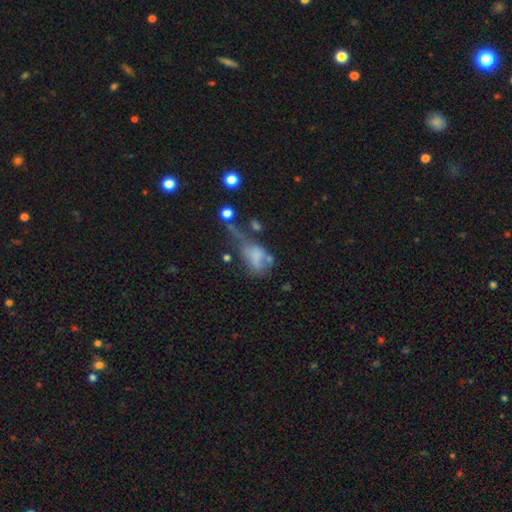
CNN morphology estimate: A smooth galaxy with no disk features (56%) that is in between round and cigar-shaped (81%). Merging: major disturbance (44%).